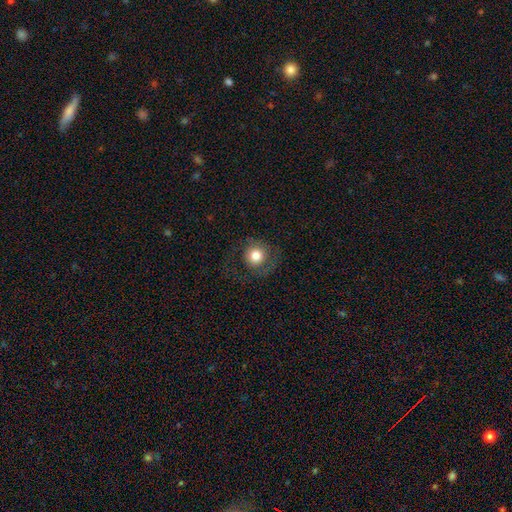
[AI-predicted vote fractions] This appears to be a smooth galaxy with no disk features (72%) that is round (92%). Merging: none (71%).